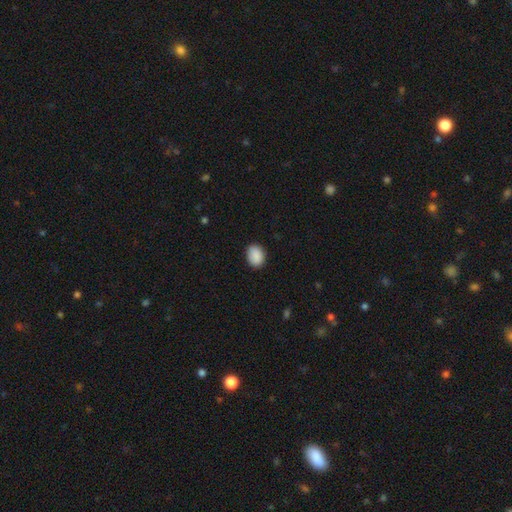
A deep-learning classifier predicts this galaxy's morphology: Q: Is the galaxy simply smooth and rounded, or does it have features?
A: smooth — 89%.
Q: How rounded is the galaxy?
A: in between — 62%.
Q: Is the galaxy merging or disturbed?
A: none — 85%.